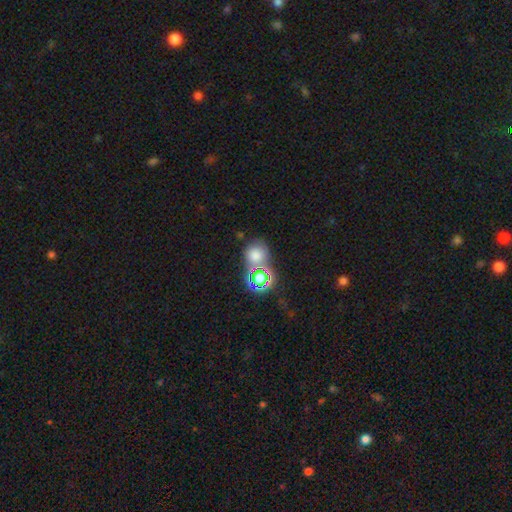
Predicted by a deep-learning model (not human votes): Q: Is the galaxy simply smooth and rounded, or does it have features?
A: smooth — 69%.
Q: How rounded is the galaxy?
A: round — 79%.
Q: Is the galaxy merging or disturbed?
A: none — 62%.